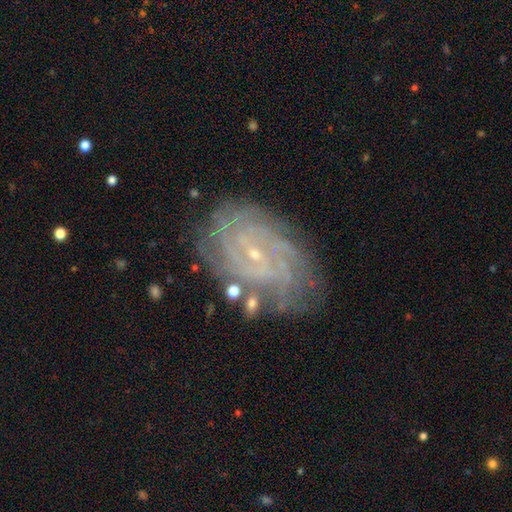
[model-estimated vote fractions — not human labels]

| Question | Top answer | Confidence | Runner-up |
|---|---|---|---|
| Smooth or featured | featured or disk | 86% | star or artifact (7%) |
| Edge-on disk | no | 97% | yes (3%) |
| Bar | no | 56% | weak (34%) |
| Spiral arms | yes | 97% | no (3%) |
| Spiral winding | tight | 78% | medium (18%) |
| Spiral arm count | can't tell | 27% | 4 (21%) |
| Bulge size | small | 86% | moderate (10%) |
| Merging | none | 76% | minor disturbance (16%) |